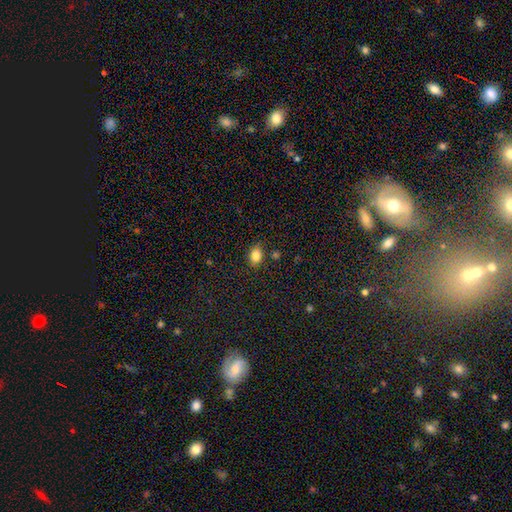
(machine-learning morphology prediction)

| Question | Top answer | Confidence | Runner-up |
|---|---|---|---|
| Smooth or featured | smooth | 83% | star or artifact (10%) |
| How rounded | in between | 69% | round (30%) |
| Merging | none | 79% | minor disturbance (15%) |